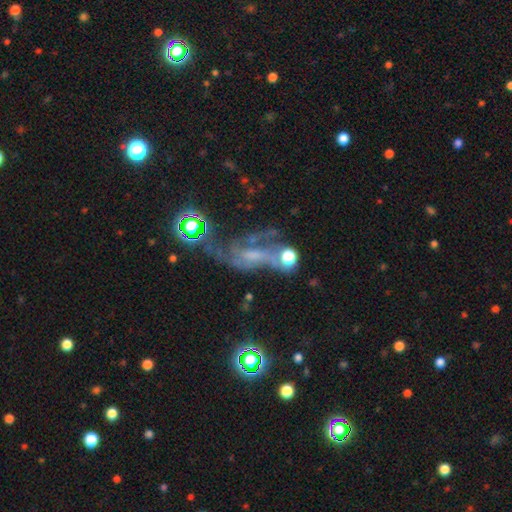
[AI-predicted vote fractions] Smooth or featured: featured or disk — 64% (star or artifact — 22%)
Edge-on disk: no — 91% (yes — 9%)
Bar: no — 47% (weak — 37%)
Spiral arms: yes — 79% (no — 21%)
Bulge size: small — 41% (none — 30%)
Merging: none — 39% (major disturbance — 29%)